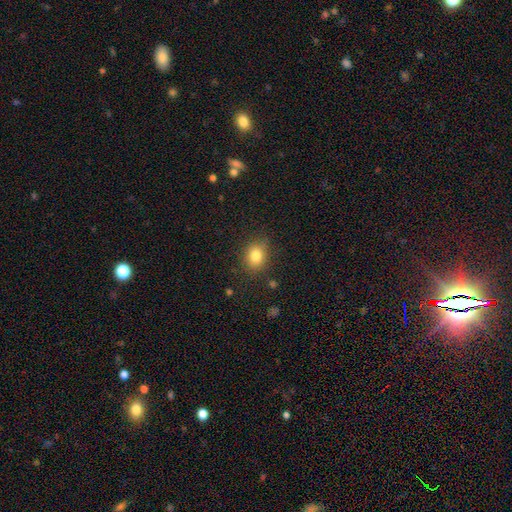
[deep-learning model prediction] Smooth or featured? Predicted: smooth (p=0.82). How rounded? Predicted: in between (p=0.49, tied with round). Merging? Predicted: none (p=0.81).